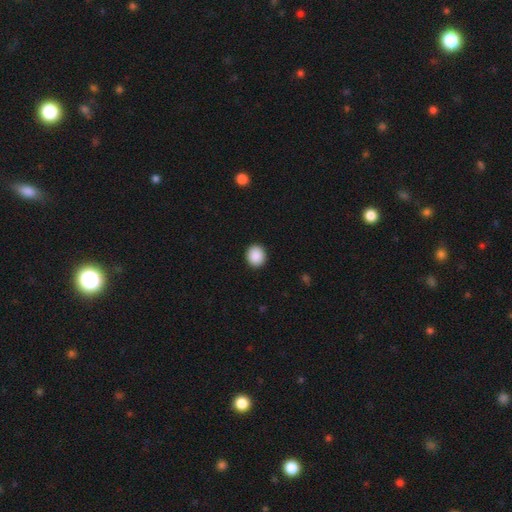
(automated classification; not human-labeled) Overall: smooth (90%). How rounded: round (81%). Merging: none (92%).